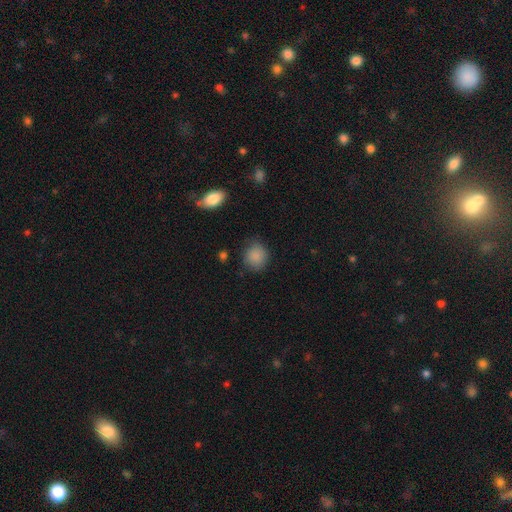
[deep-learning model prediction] smooth_or_featured: smooth (p=0.87) [alt: star or artifact p=0.09]
how_rounded: round (p=0.84) [alt: in between p=0.15]
merging: none (p=0.80) [alt: minor disturbance p=0.15]